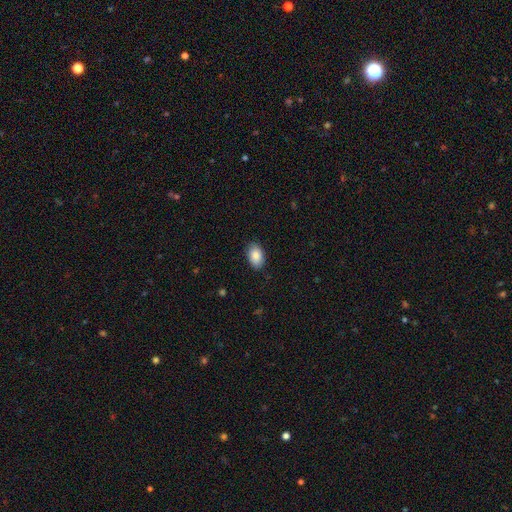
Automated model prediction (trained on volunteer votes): Smooth or featured? Predicted: smooth (p=0.86). How rounded? Predicted: in between (p=0.90). Merging? Predicted: none (p=0.85).